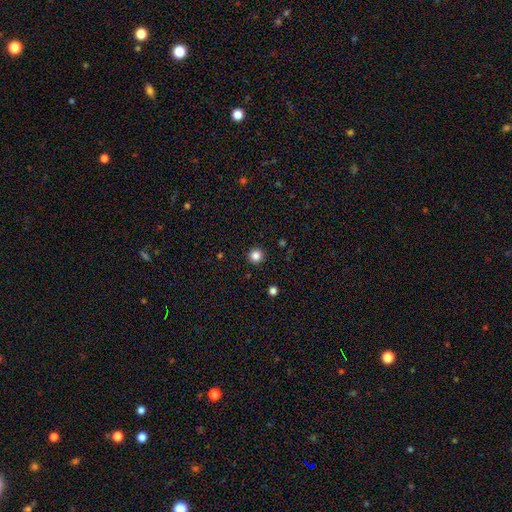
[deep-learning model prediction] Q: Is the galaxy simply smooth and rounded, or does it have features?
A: smooth — 84%.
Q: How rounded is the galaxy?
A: round — 96%.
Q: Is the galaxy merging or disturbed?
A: none — 93%.